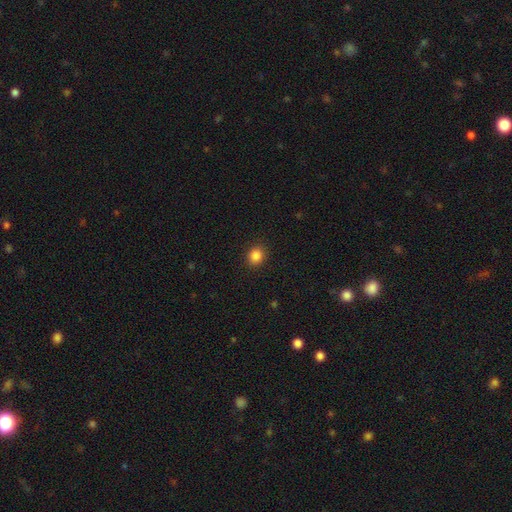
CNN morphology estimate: Smooth or featured? Predicted: smooth (p=0.85). How rounded? Predicted: round (p=0.71). Merging? Predicted: none (p=0.91).